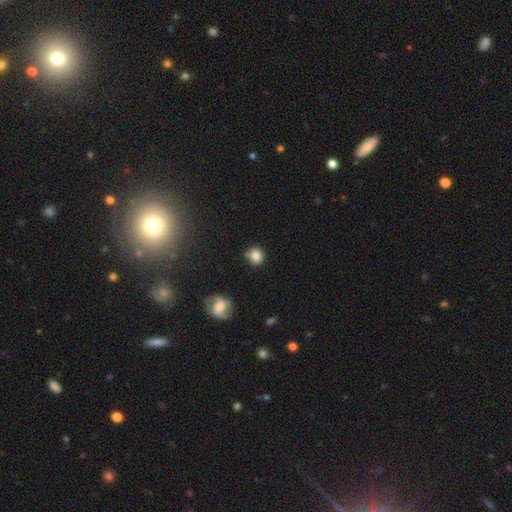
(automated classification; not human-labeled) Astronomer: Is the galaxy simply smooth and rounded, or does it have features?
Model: smooth — 82%.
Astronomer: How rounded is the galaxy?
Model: round — 78%.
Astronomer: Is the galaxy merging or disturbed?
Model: none — 71%.